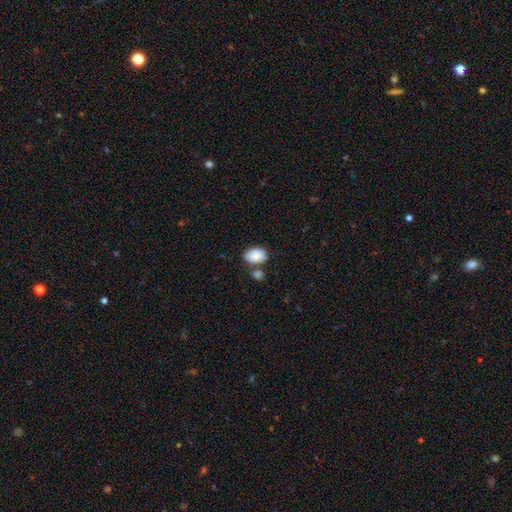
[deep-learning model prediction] smooth_or_featured: smooth (p=0.87) [alt: star or artifact p=0.07]
how_rounded: in between (p=0.77) [alt: round p=0.22]
merging: none (p=0.60) [alt: merger p=0.20]